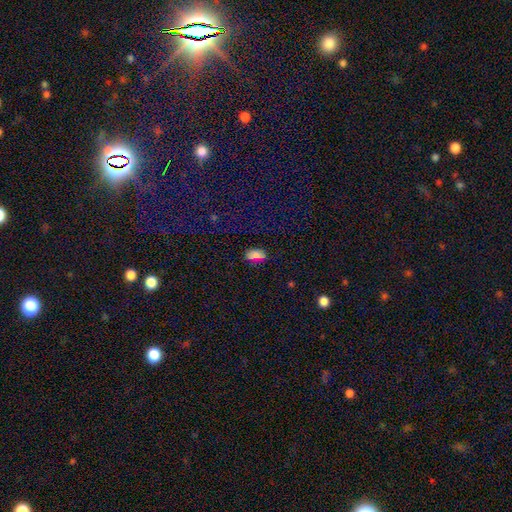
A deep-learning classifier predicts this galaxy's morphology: type=smooth (77%); roundness=in between (89%); merging=none (74%).